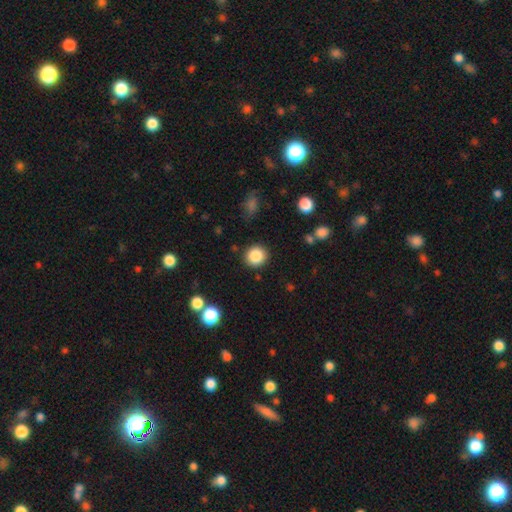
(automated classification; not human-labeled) This appears to be a smooth galaxy with no disk features (86%) that is round (86%). Merging: none (88%).